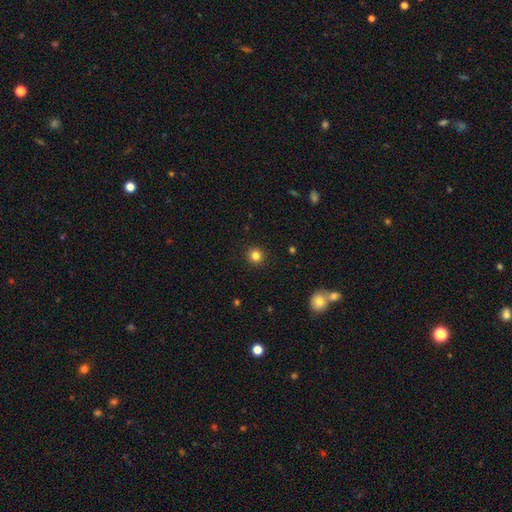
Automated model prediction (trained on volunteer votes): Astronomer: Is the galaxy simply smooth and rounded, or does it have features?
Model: smooth — 83%.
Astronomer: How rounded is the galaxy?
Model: round — 93%.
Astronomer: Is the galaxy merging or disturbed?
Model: none — 92%.